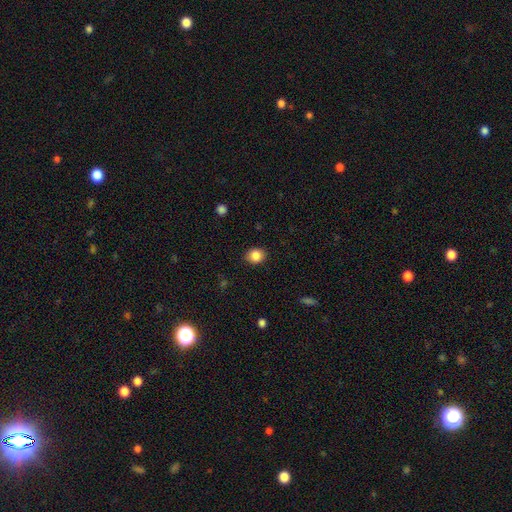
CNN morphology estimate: This is clearly a smooth galaxy (86%). How rounded: likely round (63%). Merging: clearly none (87%).